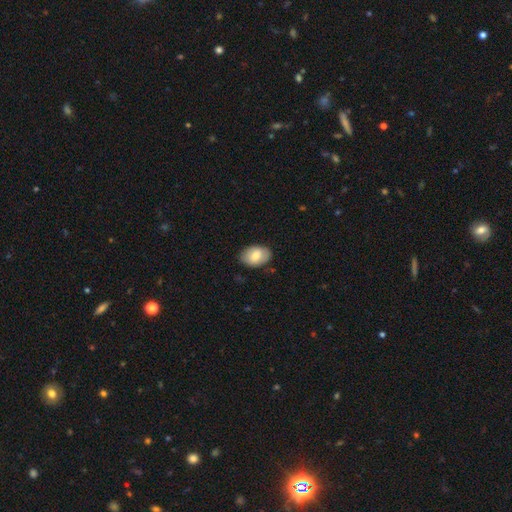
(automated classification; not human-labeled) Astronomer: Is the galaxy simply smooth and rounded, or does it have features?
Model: smooth — 79%.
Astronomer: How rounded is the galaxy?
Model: in between — 88%.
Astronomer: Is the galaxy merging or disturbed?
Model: none — 83%.